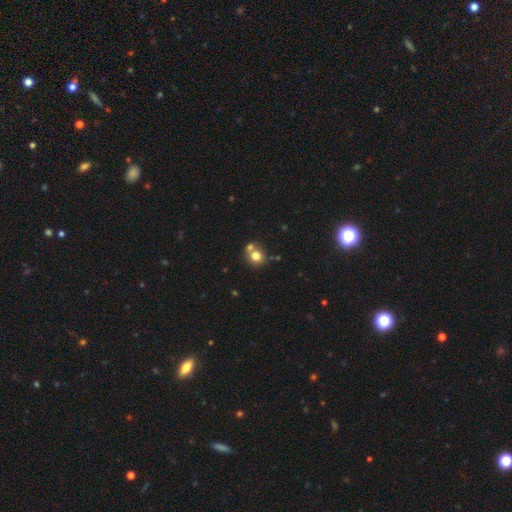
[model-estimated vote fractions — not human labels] Smooth or featured?
  - smooth: 76% *
  - star or artifact: 12%
  - featured or disk: 12%
How rounded?
  - round: 84% *
  - in between: 16%
  - cigar-shaped: 1%
Merging?
  - none: 53% *
  - merger: 35%
  - minor disturbance: 9%
  - major disturbance: 3%